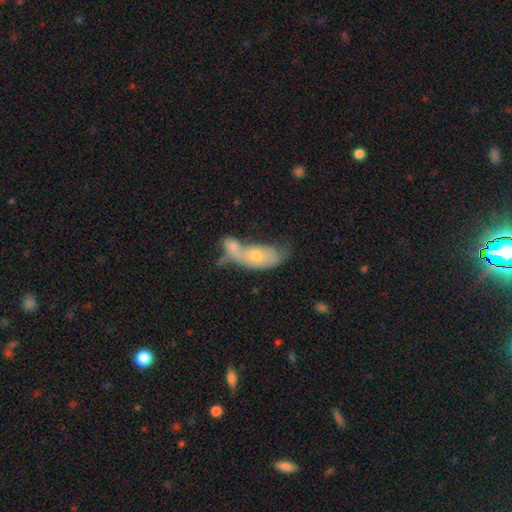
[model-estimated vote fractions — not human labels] The model was most divided on "smooth or featured": smooth: 52%, featured or disk: 41%, star or artifact: 7%. More confident: how rounded — in between (83%); merging — merger (62%).